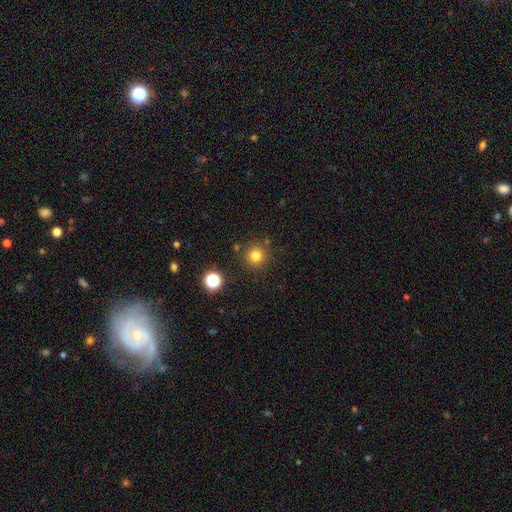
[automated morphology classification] A smooth galaxy with no disk features (79%) that is round (95%).

Vote fractions:
- Smooth or featured? smooth: 79% / star or artifact: 15% / featured or disk: 6%
- How rounded? round: 95% / in between: 4% / cigar-shaped: 1%
- Merging? none: 86% / minor disturbance: 7% / merger: 4% / major disturbance: 3%